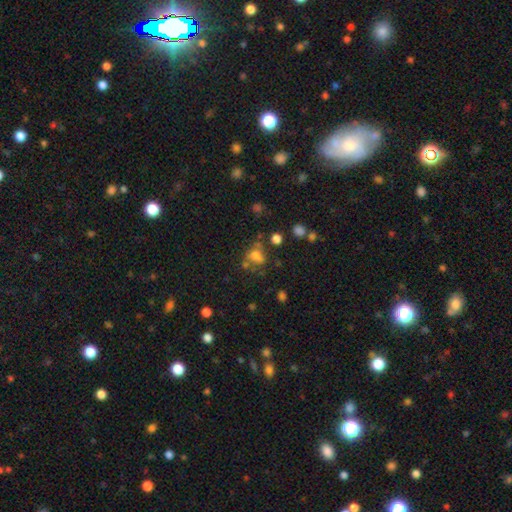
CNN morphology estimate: Smooth or featured? smooth (63%)
How rounded? in between (54%)
Merging? none (42%)